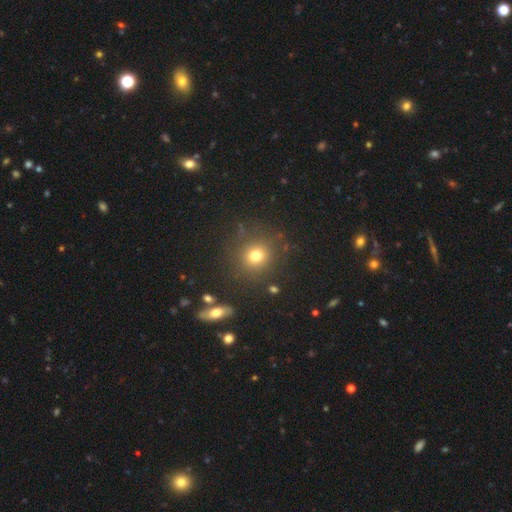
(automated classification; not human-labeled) Smooth or featured?
  - smooth: 74% *
  - star or artifact: 17%
  - featured or disk: 9%
How rounded?
  - round: 89% *
  - in between: 10%
  - cigar-shaped: 1%
Merging?
  - none: 86% *
  - minor disturbance: 8%
  - major disturbance: 4%
  - merger: 3%